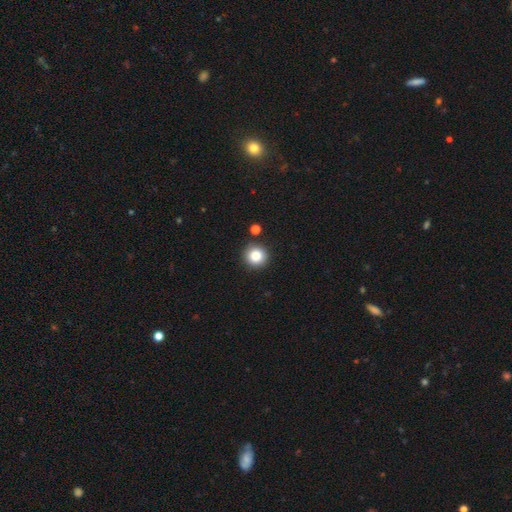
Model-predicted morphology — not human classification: This is clearly a smooth galaxy (83%). How rounded: clearly round (94%). Merging: clearly none (87%).